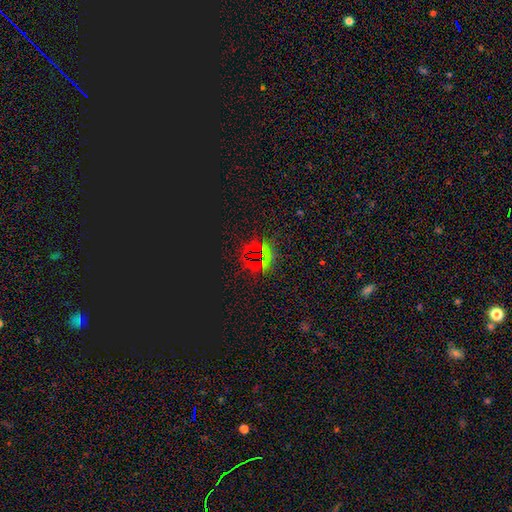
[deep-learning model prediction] A star or artifact, not a galaxy (76%).